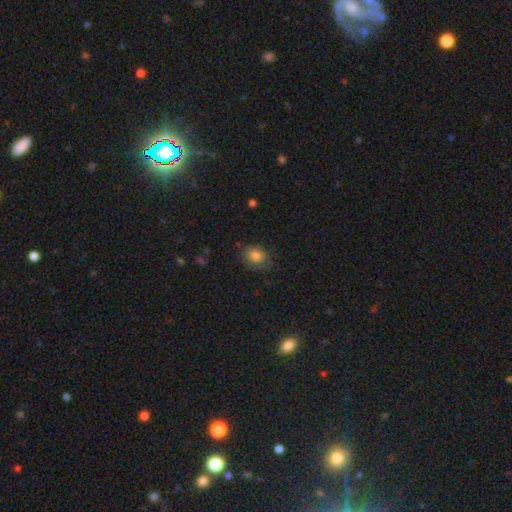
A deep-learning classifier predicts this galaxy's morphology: smooth-or-featured: smooth: 80% | featured or disk: 10% | star or artifact: 9%
  how-rounded: round: 50% | in between: 49% | cigar-shaped: 1%
  merging: none: 68% | minor disturbance: 23% | major disturbance: 7% | merger: 1%